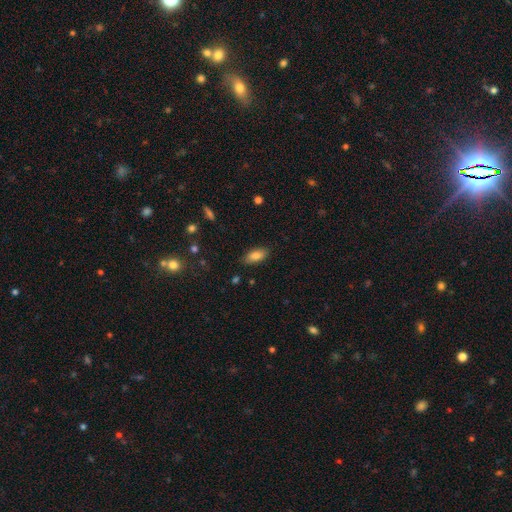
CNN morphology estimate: Overall: smooth (83%). How rounded: in between (87%). Merging: none (84%).